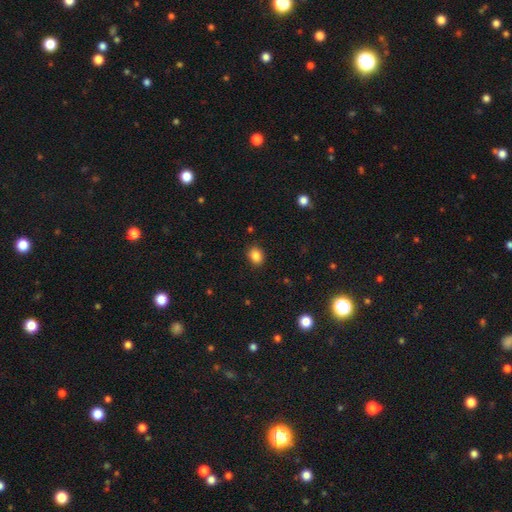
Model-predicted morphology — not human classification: The model was most divided on "how rounded": in between: 56%, round: 43%, cigar-shaped: 1%. More confident: merging — none (87%); smooth or featured — smooth (86%).